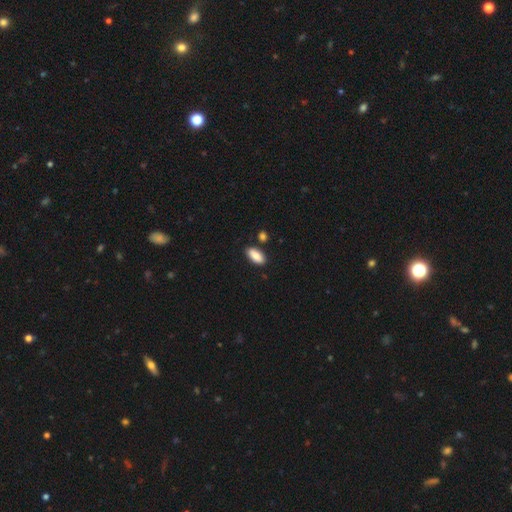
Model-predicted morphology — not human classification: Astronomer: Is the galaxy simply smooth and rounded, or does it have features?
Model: smooth — 86%.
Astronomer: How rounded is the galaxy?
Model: in between — 89%.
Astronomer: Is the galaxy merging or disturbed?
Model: none — 83%.